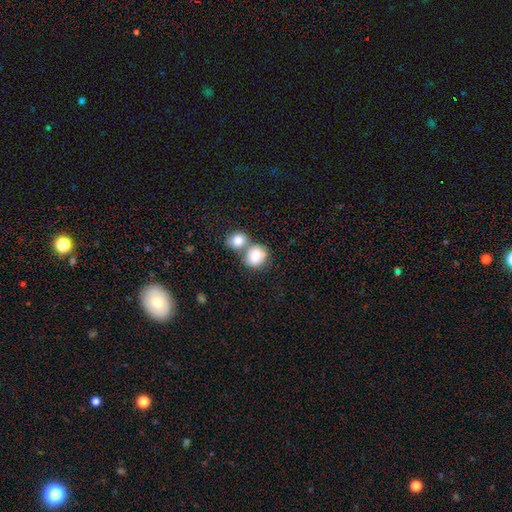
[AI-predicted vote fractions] smooth-or-featured: smooth: 80% | featured or disk: 12% | star or artifact: 8%
  how-rounded: round: 71% | in between: 28% | cigar-shaped: 1%
  merging: merger: 51% | none: 36% | minor disturbance: 9% | major disturbance: 4%